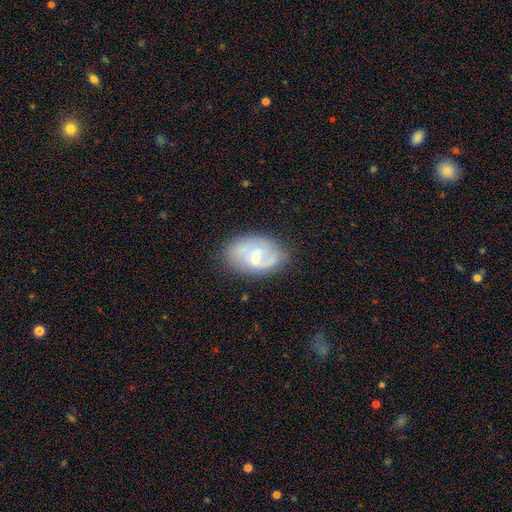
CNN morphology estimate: A featured or disk galaxy (60%) with a weak bar (58%), spiral arms (76%) and a small central bulge (56%).

Vote fractions:
- Smooth or featured? featured or disk: 60% / smooth: 34% / star or artifact: 7%
- Edge-on disk? no: 96% / yes: 4%
- Bar? weak: 58% / no: 26% / strong: 17%
- Spiral arms? yes: 76% / no: 24%
- Bulge size? small: 56% / moderate: 33% / none: 8% / large: 2% / dominant: 1%
- Merging? none: 73% / minor disturbance: 19% / major disturbance: 6% / merger: 2%